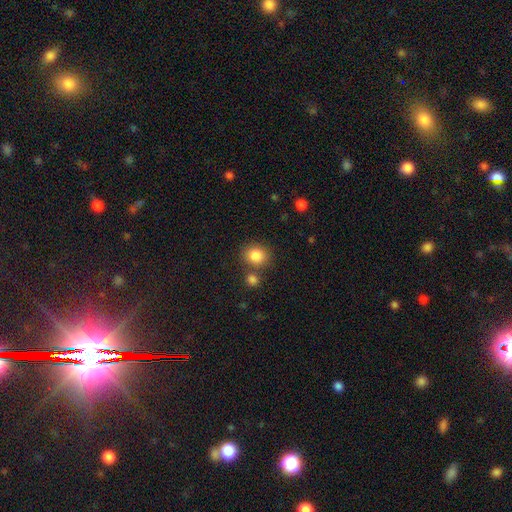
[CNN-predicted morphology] smooth-or-featured: smooth: 85% | star or artifact: 10% | featured or disk: 5%
  how-rounded: round: 71% | in between: 28% | cigar-shaped: 1%
  merging: none: 70% | merger: 16% | minor disturbance: 10% | major disturbance: 4%